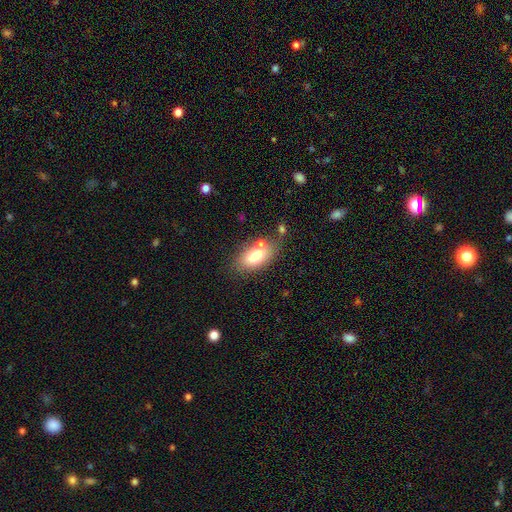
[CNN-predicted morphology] Smooth or featured? smooth (76%)
How rounded? in between (89%)
Merging? none (63%)